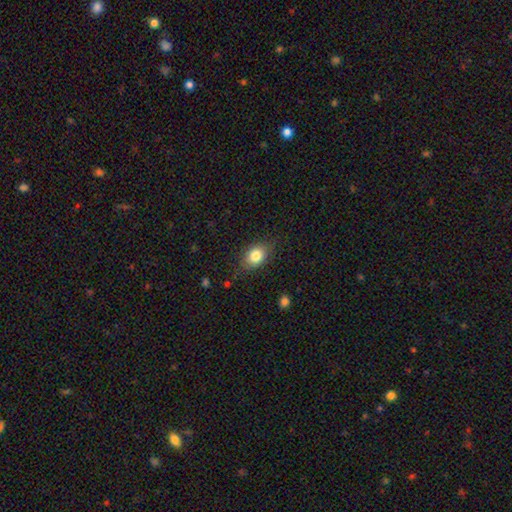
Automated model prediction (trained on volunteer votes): Smooth or featured? Predicted: smooth (p=0.82). How rounded? Predicted: in between (p=0.70). Merging? Predicted: none (p=0.78).